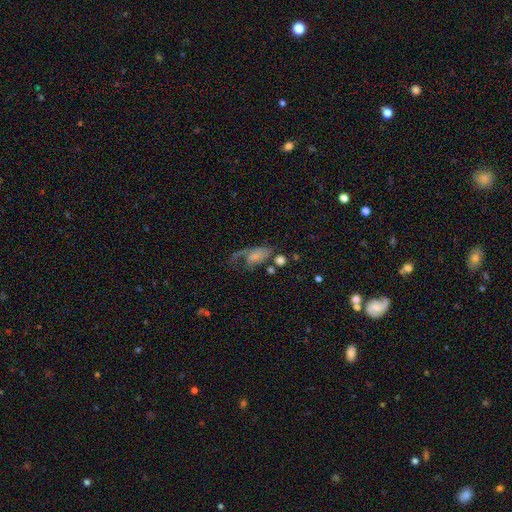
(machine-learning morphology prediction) The model was most divided on "smooth or featured": featured or disk: 49%, smooth: 40%, star or artifact: 11%. Remaining: merging — major disturbance (46%).